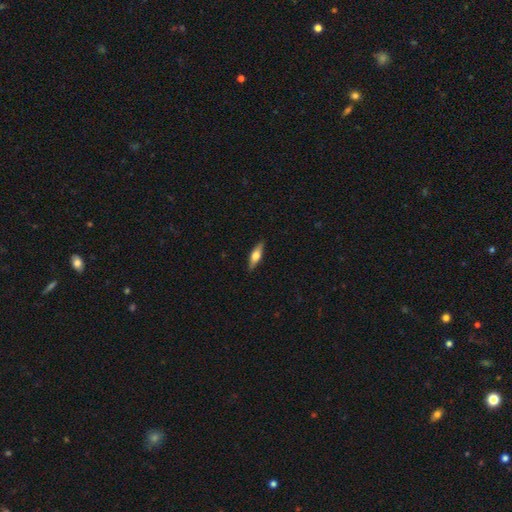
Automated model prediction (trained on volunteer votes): smooth 48%, featured or disk 46%, star or artifact 6%. Down the decision tree: merging — none (88%).